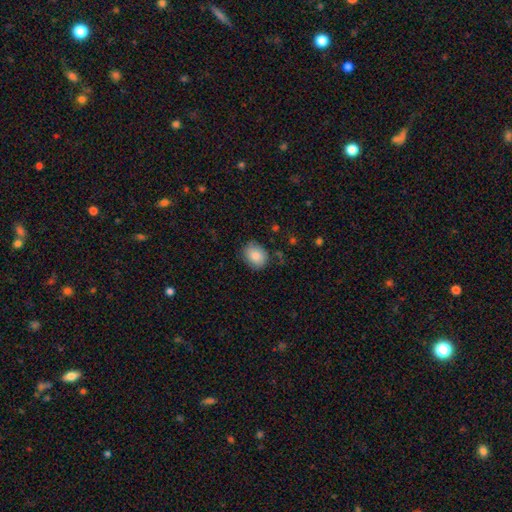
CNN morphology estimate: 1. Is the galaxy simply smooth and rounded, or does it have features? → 86% smooth, 8% star or artifact, 7% featured or disk.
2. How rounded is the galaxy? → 51% in between, 49% round, 1% cigar-shaped.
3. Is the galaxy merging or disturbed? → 81% none, 14% minor disturbance, 3% major disturbance, 1% merger.